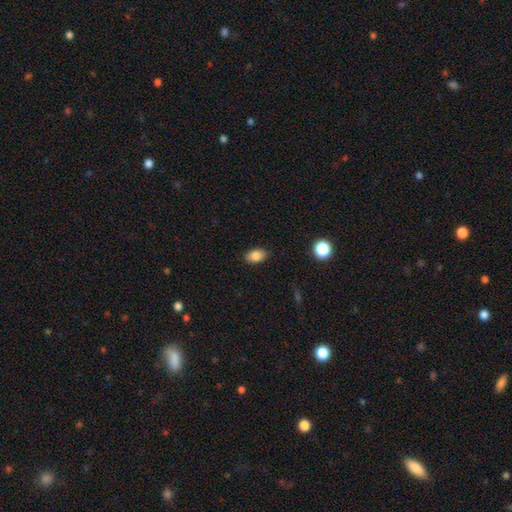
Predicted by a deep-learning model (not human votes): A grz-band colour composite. It shows a smooth galaxy with no disk features (84%) that is in between round and cigar-shaped (88%). Merging: none (87%).